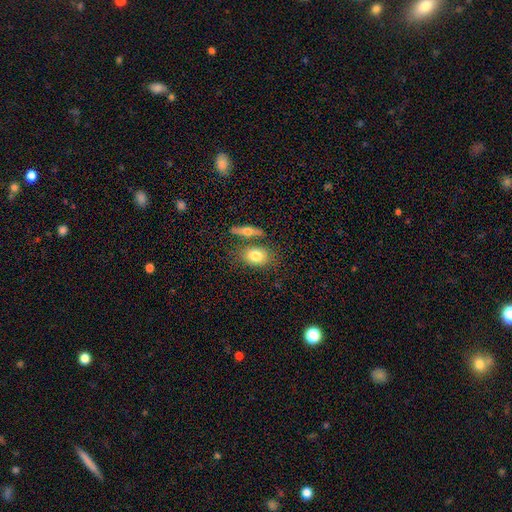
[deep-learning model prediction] smooth-or-featured: smooth: 78% | featured or disk: 15% | star or artifact: 7%
  how-rounded: in between: 78% | round: 19% | cigar-shaped: 3%
  merging: none: 62% | merger: 22% | minor disturbance: 12% | major disturbance: 4%